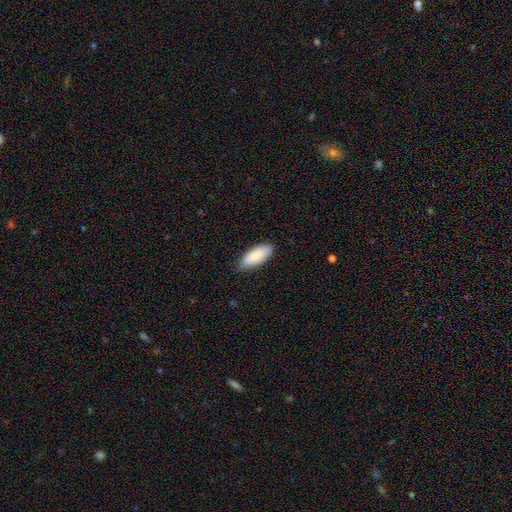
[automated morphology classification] smooth_or_featured: smooth (p=0.87) [alt: featured or disk p=0.07]
how_rounded: in between (p=0.83) [alt: cigar-shaped p=0.16]
merging: none (p=0.76) [alt: minor disturbance p=0.21]